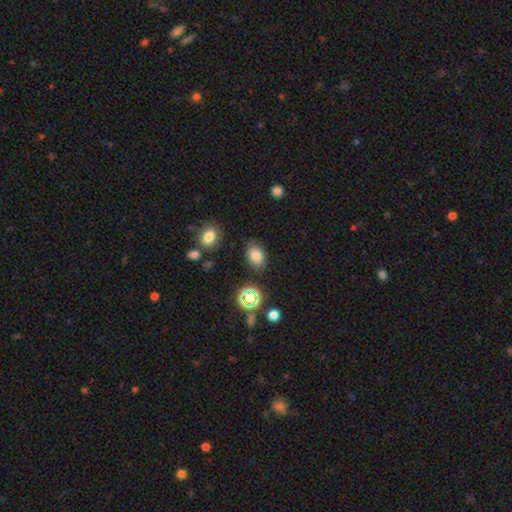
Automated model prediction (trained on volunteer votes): A smooth galaxy with no disk features (78%) that is in between round and cigar-shaped (81%).

Vote fractions:
- Smooth or featured? smooth: 78% / star or artifact: 15% / featured or disk: 7%
- How rounded? in between: 81% / round: 18% / cigar-shaped: 1%
- Merging? none: 81% / minor disturbance: 13% / major disturbance: 4% / merger: 3%